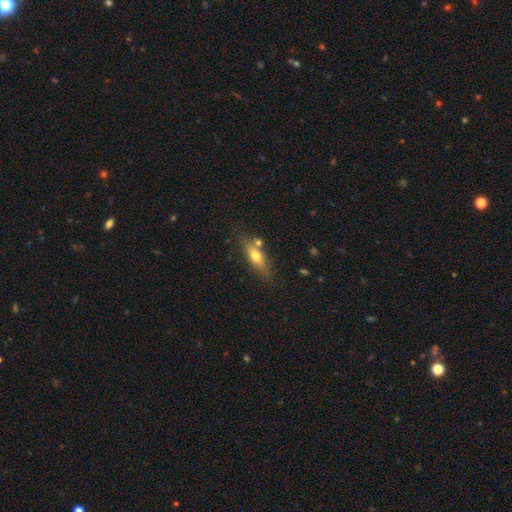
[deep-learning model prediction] smooth_or_featured: smooth (p=0.65) [alt: featured or disk p=0.27]
how_rounded: in between (p=0.64) [alt: cigar-shaped p=0.32]
merging: none (p=0.65) [alt: minor disturbance p=0.17]